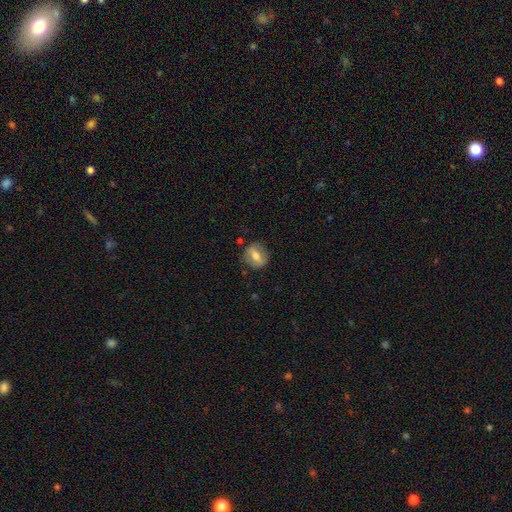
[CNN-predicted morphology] A smooth galaxy with no disk features (56%) that is round (64%).

Vote fractions:
- Smooth or featured? smooth: 56% / featured or disk: 36% / star or artifact: 8%
- How rounded? round: 64% / in between: 33% / cigar-shaped: 2%
- Merging? none: 79% / minor disturbance: 14% / major disturbance: 5% / merger: 2%